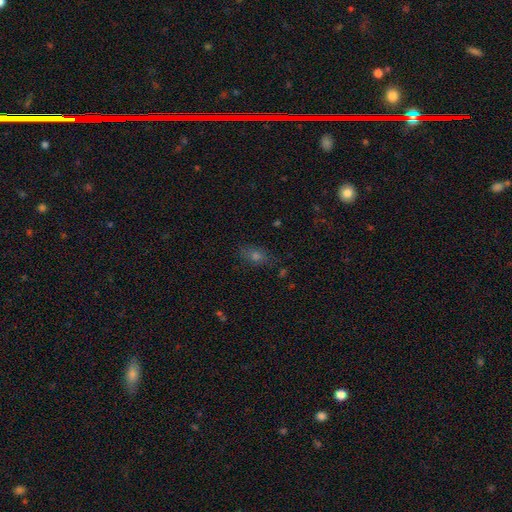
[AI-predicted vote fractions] smooth 54%, star or artifact 27%, featured or disk 19%. Down the decision tree: how rounded — in between (68%); merging — none (79%).